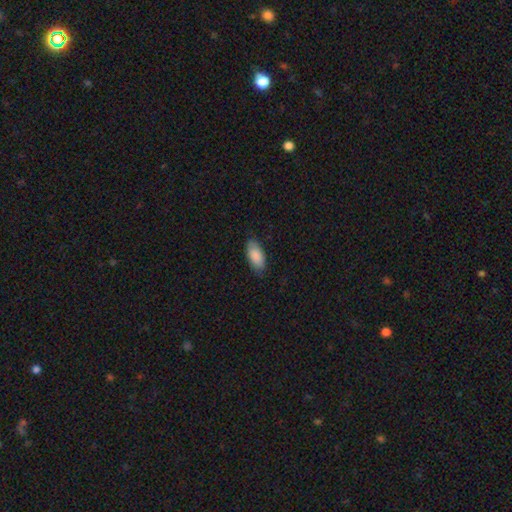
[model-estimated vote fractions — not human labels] smooth_or_featured: smooth (p=0.88) [alt: featured or disk p=0.06]
how_rounded: in between (p=0.91) [alt: cigar-shaped p=0.07]
merging: none (p=0.83) [alt: minor disturbance p=0.14]